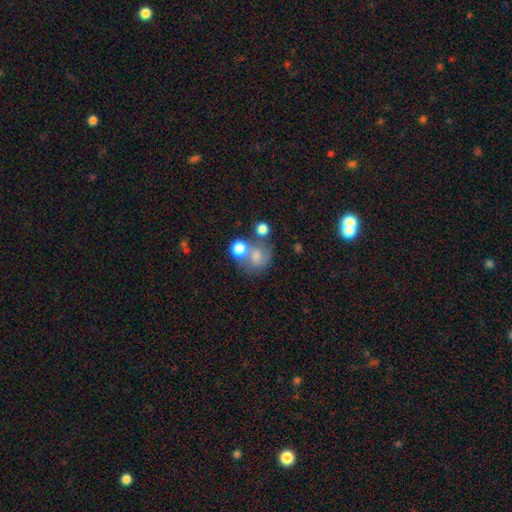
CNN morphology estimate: smooth-or-featured: smooth: 65% | featured or disk: 23% | star or artifact: 12%
  how-rounded: round: 71% | in between: 28% | cigar-shaped: 1%
  merging: none: 38% | merger: 36% | minor disturbance: 14% | major disturbance: 11%